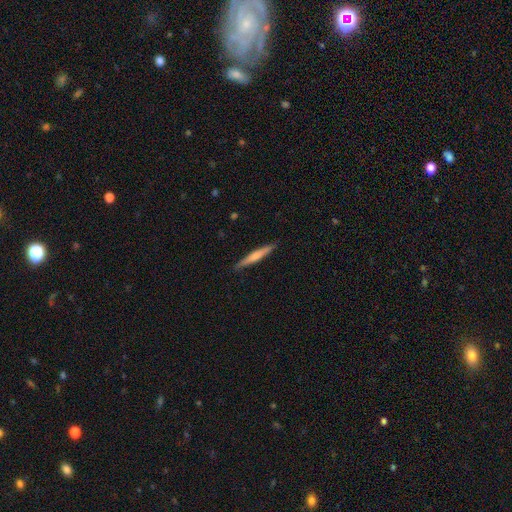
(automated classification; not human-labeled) Smooth or featured?
  - smooth: 53% *
  - featured or disk: 41%
  - star or artifact: 5%
How rounded?
  - cigar-shaped: 95% *
  - in between: 4%
  - round: 1%
Merging?
  - none: 90% *
  - minor disturbance: 8%
  - major disturbance: 2%
  - merger: 1%